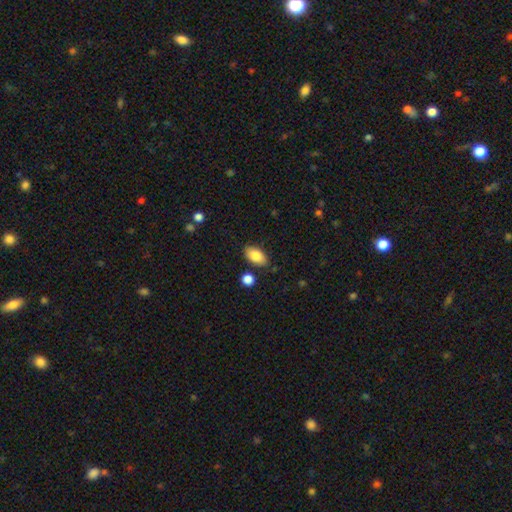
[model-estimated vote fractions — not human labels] smooth_or_featured: smooth (p=0.85) [alt: featured or disk p=0.08]
how_rounded: in between (p=0.92) [alt: round p=0.05]
merging: none (p=0.81) [alt: minor disturbance p=0.12]